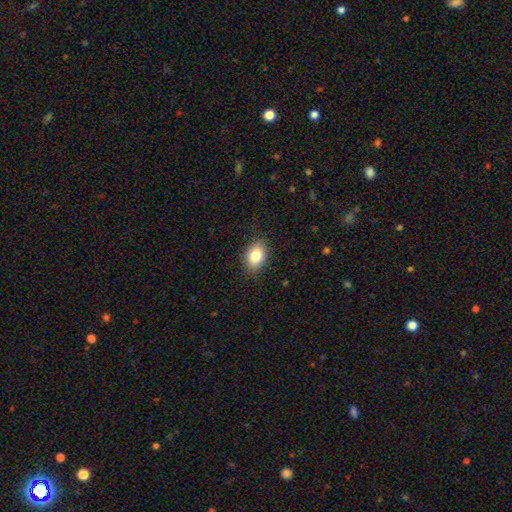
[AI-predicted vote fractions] smooth 83%, featured or disk 9%, star or artifact 8%. Down the decision tree: how rounded — in between (84%); merging — none (85%).